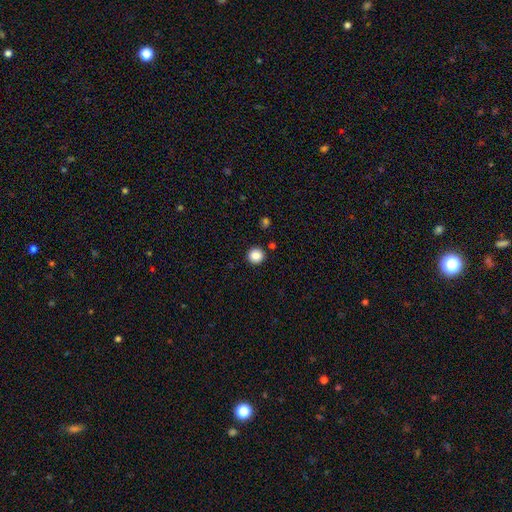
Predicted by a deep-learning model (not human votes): A smooth galaxy with no disk features (87%) that is round (95%).

Vote fractions:
- Smooth or featured? smooth: 87% / star or artifact: 10% / featured or disk: 3%
- How rounded? round: 95% / in between: 4% / cigar-shaped: 1%
- Merging? none: 91% / minor disturbance: 5% / merger: 2% / major disturbance: 2%